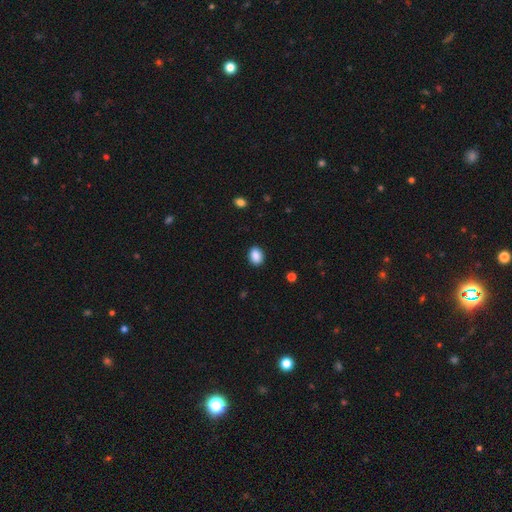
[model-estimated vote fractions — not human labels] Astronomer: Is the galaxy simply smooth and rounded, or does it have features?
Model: smooth — 89%.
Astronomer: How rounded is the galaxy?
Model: in between — 72%.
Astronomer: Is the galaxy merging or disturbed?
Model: none — 89%.